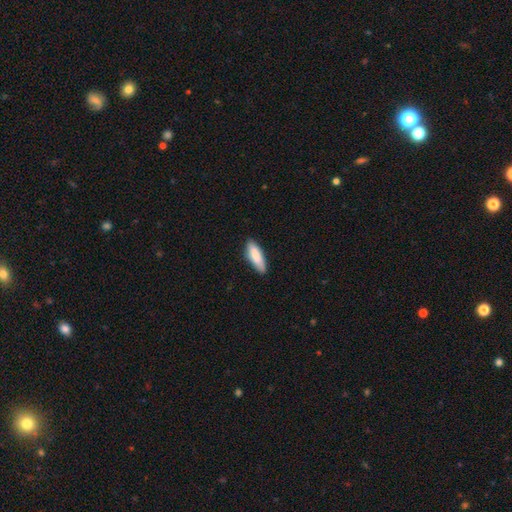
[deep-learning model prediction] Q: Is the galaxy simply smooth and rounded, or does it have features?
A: smooth — 84%.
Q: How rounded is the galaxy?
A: in between — 56%.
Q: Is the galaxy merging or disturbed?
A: none — 83%.